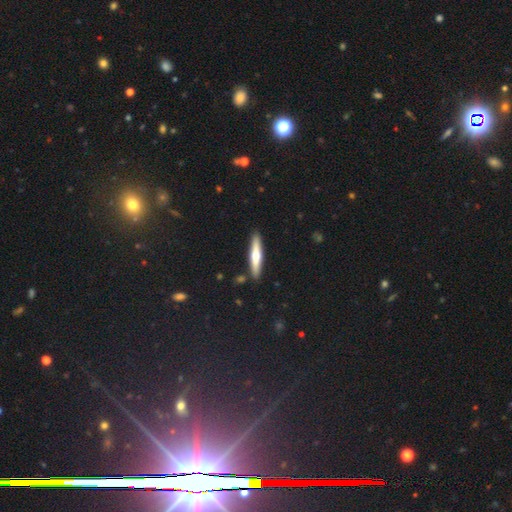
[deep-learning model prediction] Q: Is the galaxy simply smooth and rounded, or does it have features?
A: featured or disk — 51%.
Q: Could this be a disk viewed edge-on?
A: yes — 94%.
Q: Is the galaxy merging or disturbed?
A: none — 90%.